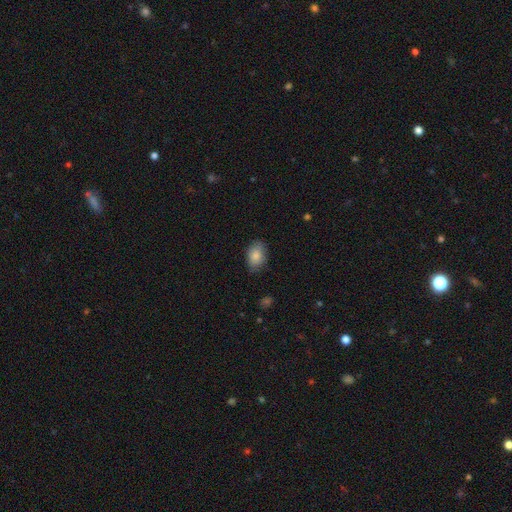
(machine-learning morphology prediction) This appears to be a smooth galaxy with no disk features (85%) that is in between round and cigar-shaped (83%). Merging: none (77%).